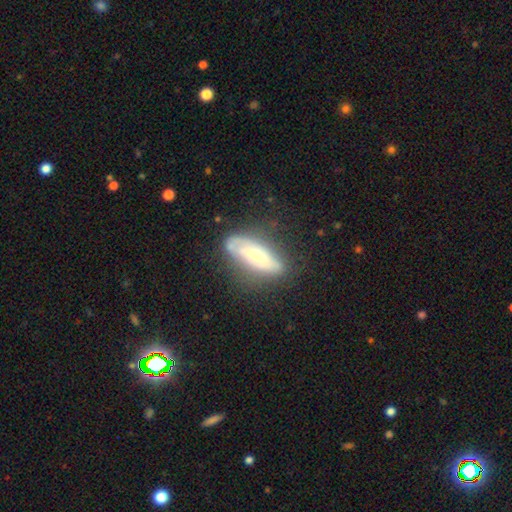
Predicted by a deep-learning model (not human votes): A featured or disk galaxy (54%).

Vote fractions:
- Smooth or featured? featured or disk: 54% / smooth: 39% / star or artifact: 7%
- Edge-on disk? no: 62% / yes: 38%
- Merging? none: 65% / minor disturbance: 23% / major disturbance: 9% / merger: 3%